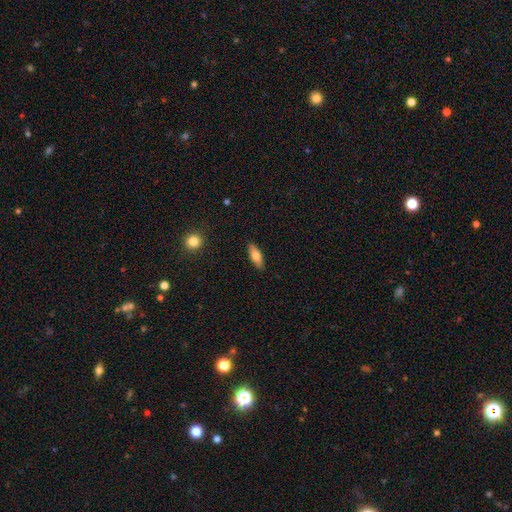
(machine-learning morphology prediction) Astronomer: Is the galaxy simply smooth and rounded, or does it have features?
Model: smooth — 73%.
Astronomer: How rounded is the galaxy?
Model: in between — 64%.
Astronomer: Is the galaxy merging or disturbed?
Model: none — 89%.